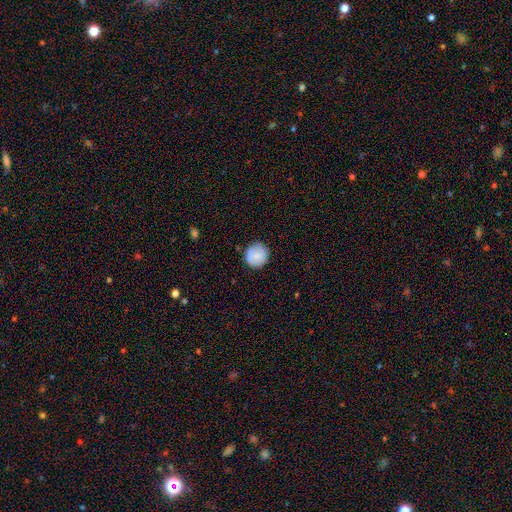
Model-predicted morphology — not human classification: Smooth or featured? smooth (76%)
How rounded? round (93%)
Merging? none (84%)